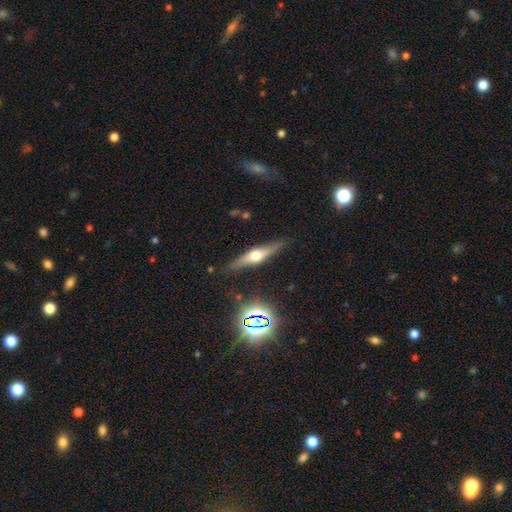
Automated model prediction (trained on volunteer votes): Smooth or featured?
  - featured or disk: 63% *
  - smooth: 28%
  - star or artifact: 9%
Edge-on disk?
  - yes: 94% *
  - no: 6%
Edge-on bulge?
  - rounded: 93% *
  - boxy: 4%
  - none: 3%
Merging?
  - none: 85% *
  - minor disturbance: 11%
  - major disturbance: 2%
  - merger: 2%